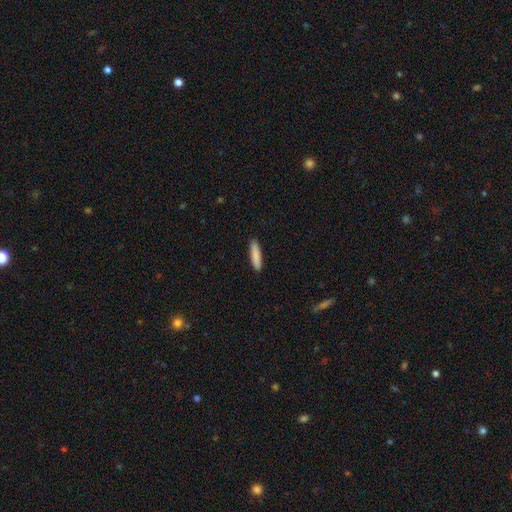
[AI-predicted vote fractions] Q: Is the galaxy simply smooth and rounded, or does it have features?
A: smooth — 88%.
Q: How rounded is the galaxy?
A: cigar-shaped — 82%.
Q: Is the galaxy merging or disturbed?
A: none — 91%.